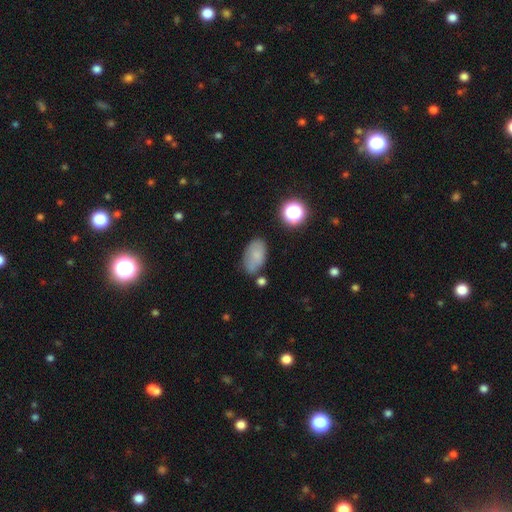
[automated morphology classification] Smooth or featured?
  - smooth: 75% *
  - featured or disk: 14%
  - star or artifact: 11%
How rounded?
  - in between: 91% *
  - round: 7%
  - cigar-shaped: 2%
Merging?
  - none: 64% *
  - minor disturbance: 23%
  - merger: 7%
  - major disturbance: 6%